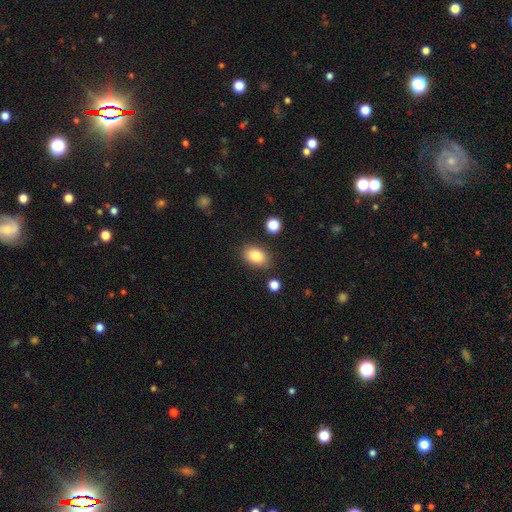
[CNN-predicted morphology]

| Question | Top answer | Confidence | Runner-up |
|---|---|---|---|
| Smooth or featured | smooth | 85% | star or artifact (9%) |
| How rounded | in between | 83% | round (15%) |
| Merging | none | 81% | minor disturbance (12%) |